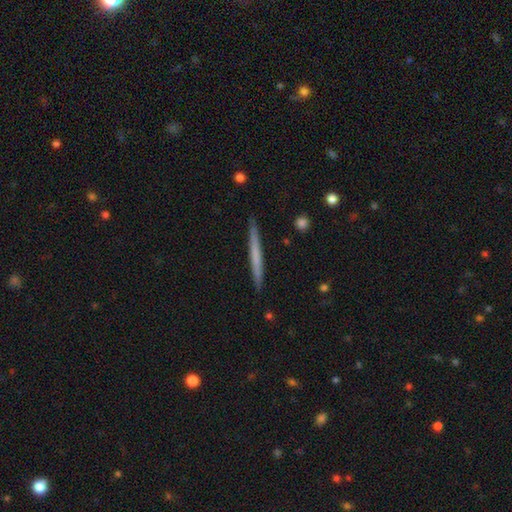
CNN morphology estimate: Q: Smooth or featured?
A: smooth (54%); runner-up: featured or disk (41%)
Q: How rounded?
A: cigar-shaped (97%); runner-up: in between (2%)
Q: Merging?
A: none (91%); runner-up: minor disturbance (6%)